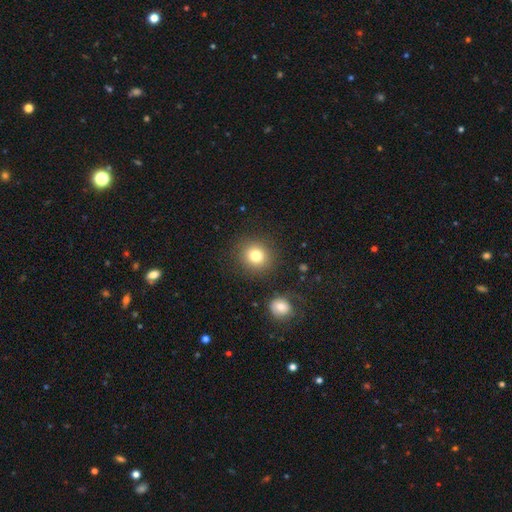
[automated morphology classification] Smooth or featured?
  - smooth: 80% *
  - star or artifact: 12%
  - featured or disk: 8%
How rounded?
  - round: 87% *
  - in between: 12%
  - cigar-shaped: 1%
Merging?
  - none: 86% *
  - minor disturbance: 7%
  - merger: 3%
  - major disturbance: 3%